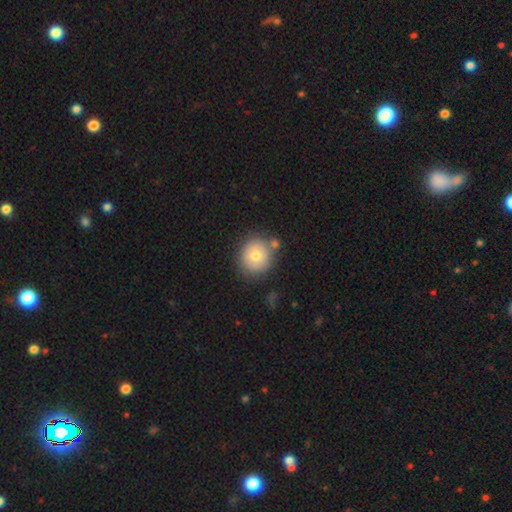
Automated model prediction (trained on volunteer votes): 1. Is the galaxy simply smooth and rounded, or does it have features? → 74% smooth, 18% featured or disk, 9% star or artifact.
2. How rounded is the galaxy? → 90% round, 9% in between, 1% cigar-shaped.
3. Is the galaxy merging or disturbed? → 73% none, 12% minor disturbance, 11% merger, 4% major disturbance.